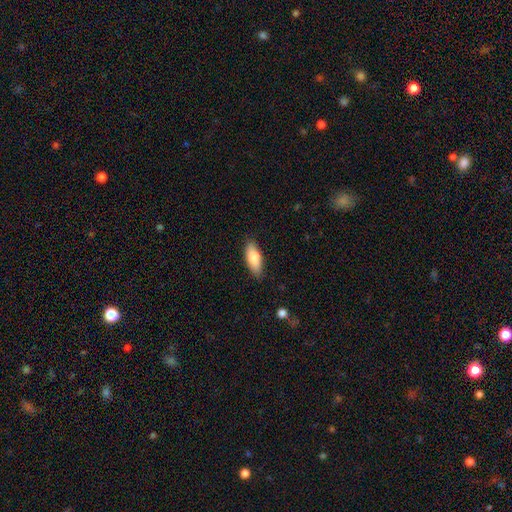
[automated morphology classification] Q: Smooth or featured?
A: smooth (81%); runner-up: featured or disk (13%)
Q: How rounded?
A: in between (75%); runner-up: cigar-shaped (23%)
Q: Merging?
A: none (84%); runner-up: minor disturbance (12%)